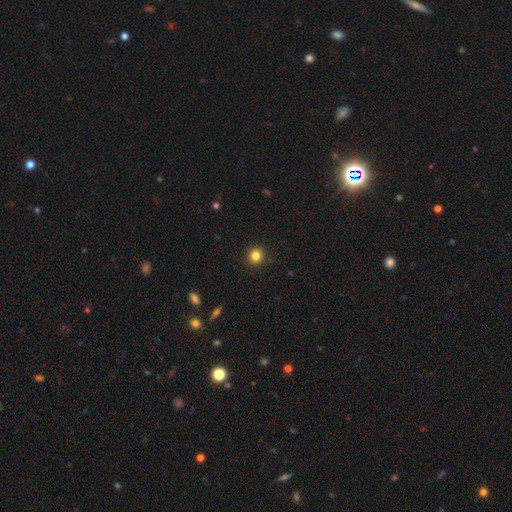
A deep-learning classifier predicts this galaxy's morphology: Smooth or featured?
  - smooth: 83% *
  - star or artifact: 12%
  - featured or disk: 5%
How rounded?
  - round: 95% *
  - in between: 4%
  - cigar-shaped: 1%
Merging?
  - none: 93% *
  - minor disturbance: 5%
  - major disturbance: 2%
  - merger: 1%